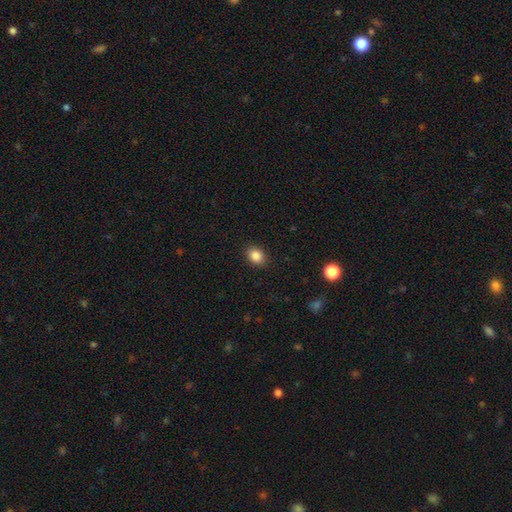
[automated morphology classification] Smooth or featured? Predicted: smooth (p=0.86). How rounded? Predicted: in between (p=0.55). Merging? Predicted: none (p=0.89).